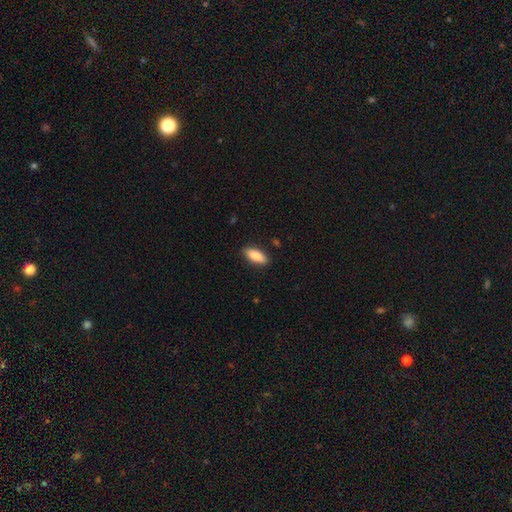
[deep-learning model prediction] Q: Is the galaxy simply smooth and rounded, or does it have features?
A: smooth — 88%.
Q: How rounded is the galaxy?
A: in between — 80%.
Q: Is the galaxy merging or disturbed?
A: none — 88%.